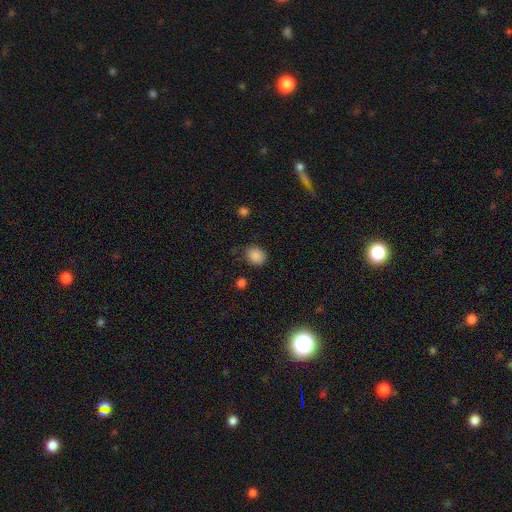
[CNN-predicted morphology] Q: Smooth or featured?
A: smooth (86%); runner-up: star or artifact (10%)
Q: How rounded?
A: round (70%); runner-up: in between (29%)
Q: Merging?
A: none (79%); runner-up: minor disturbance (15%)